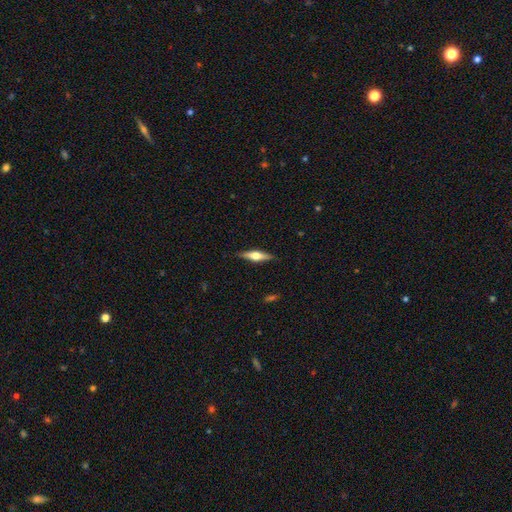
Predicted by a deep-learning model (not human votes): A featured or disk galaxy (61%) viewed edge-on (96%) with a rounded central bulge (92%). Merging: none (89%).